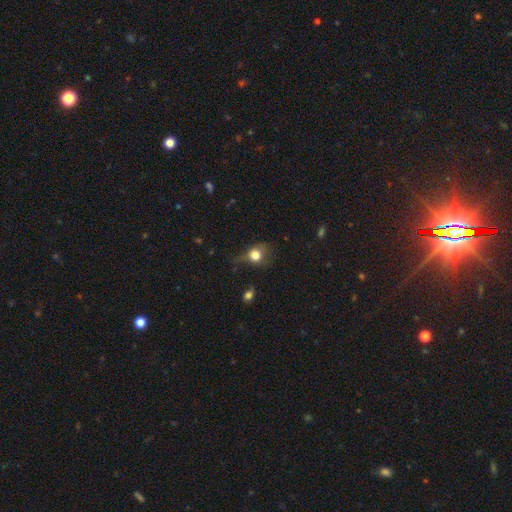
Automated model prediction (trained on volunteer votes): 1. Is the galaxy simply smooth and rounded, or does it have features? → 75% smooth, 13% featured or disk, 12% star or artifact.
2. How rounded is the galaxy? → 69% round, 30% in between, 2% cigar-shaped.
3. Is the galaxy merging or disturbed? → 46% none, 30% minor disturbance, 21% major disturbance, 3% merger.